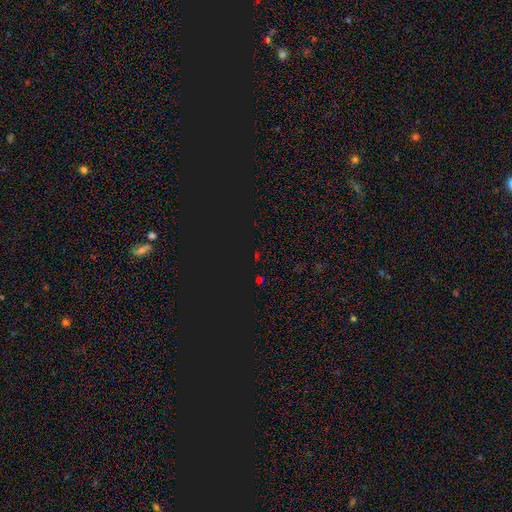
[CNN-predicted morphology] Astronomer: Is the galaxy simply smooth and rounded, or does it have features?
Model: star or artifact — 77%.